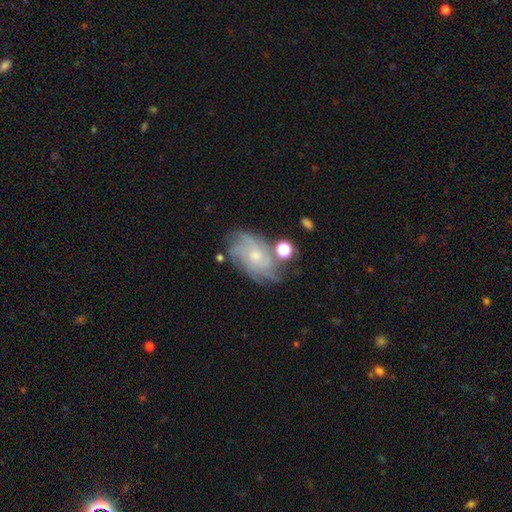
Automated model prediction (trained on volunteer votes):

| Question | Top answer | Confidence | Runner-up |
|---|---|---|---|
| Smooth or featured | featured or disk | 73% | smooth (18%) |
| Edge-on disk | no | 96% | yes (4%) |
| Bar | no | 76% | weak (21%) |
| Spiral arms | yes | 91% | no (9%) |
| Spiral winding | tight | 51% | medium (36%) |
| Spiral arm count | can't tell | 41% | 4 (20%) |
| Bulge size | small | 58% | moderate (35%) |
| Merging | none | 63% | minor disturbance (21%) |